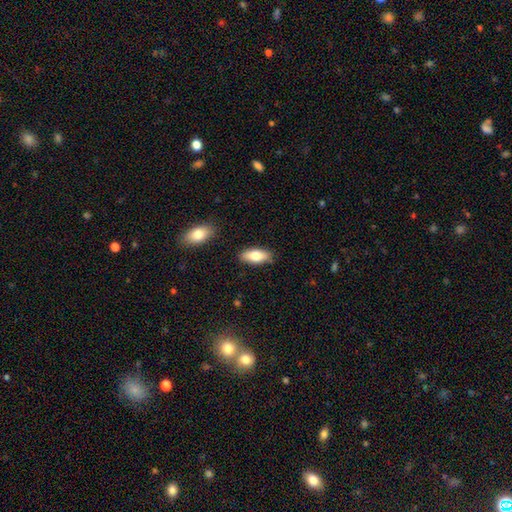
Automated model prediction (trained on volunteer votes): The model was most divided on "smooth or featured": smooth: 78%, featured or disk: 15%, star or artifact: 6%. More confident: merging — none (86%); how rounded — in between (84%).